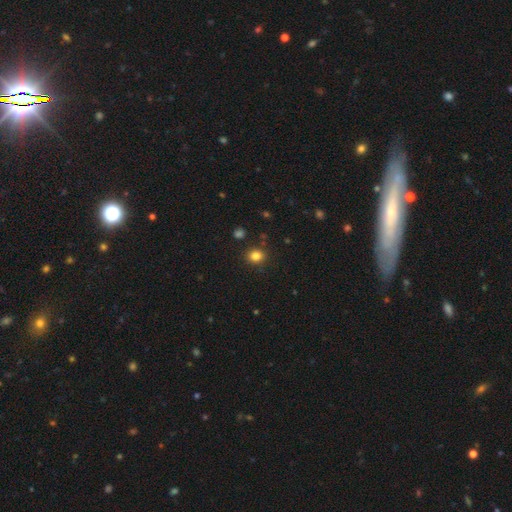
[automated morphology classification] Overall: smooth (83%). How rounded: round (70%). Merging: none (87%).